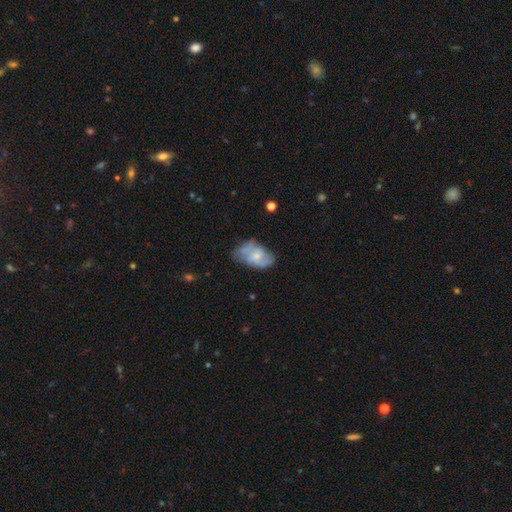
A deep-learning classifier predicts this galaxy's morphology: type=featured or disk (56%); edge-on=no (96%); bar=no (64%); spiral arms=yes (70%); bulge=small (61%); merging=none (46%).